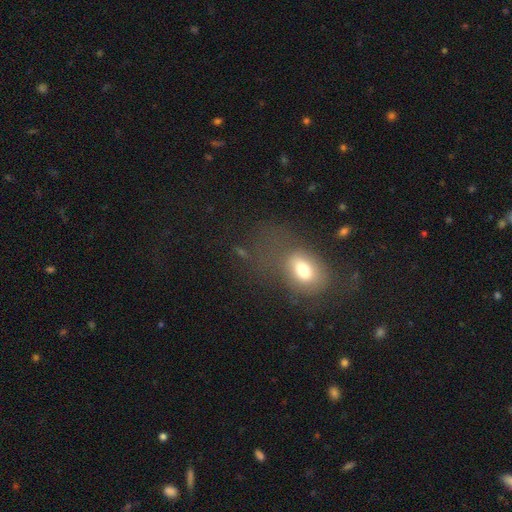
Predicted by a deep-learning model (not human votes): A smooth galaxy with no disk features (59%) that is in between round and cigar-shaped (70%). Merging: none (44%).